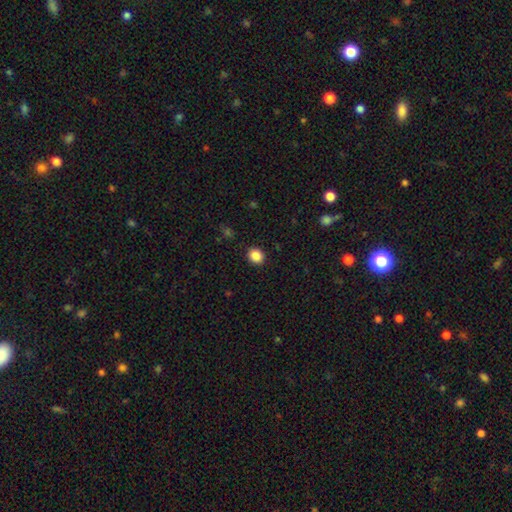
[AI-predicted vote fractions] smooth 87%, star or artifact 10%, featured or disk 3%. Down the decision tree: how rounded — round (71%); merging — none (90%).